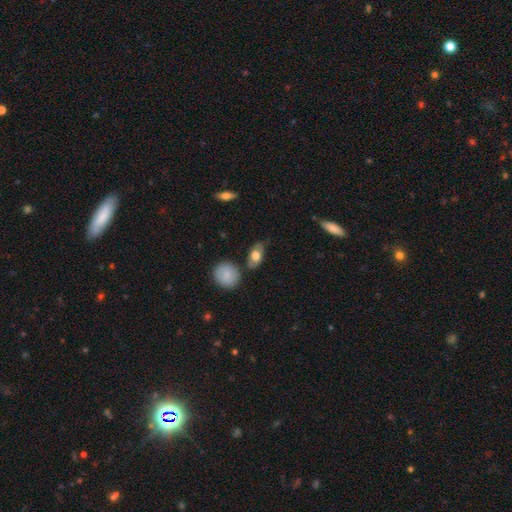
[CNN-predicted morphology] Smooth or featured? Predicted: smooth (p=0.71). How rounded? Predicted: in between (p=0.86). Merging? Predicted: none (p=0.72).